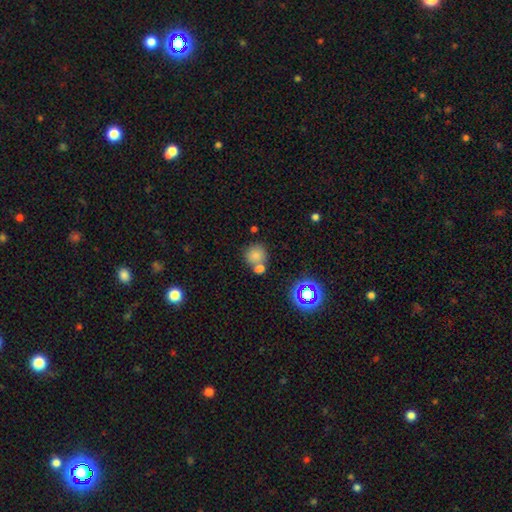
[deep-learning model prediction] smooth_or_featured: smooth (p=0.76) [alt: star or artifact p=0.15]
how_rounded: round (p=0.85) [alt: in between p=0.14]
merging: none (p=0.53) [alt: merger p=0.33]